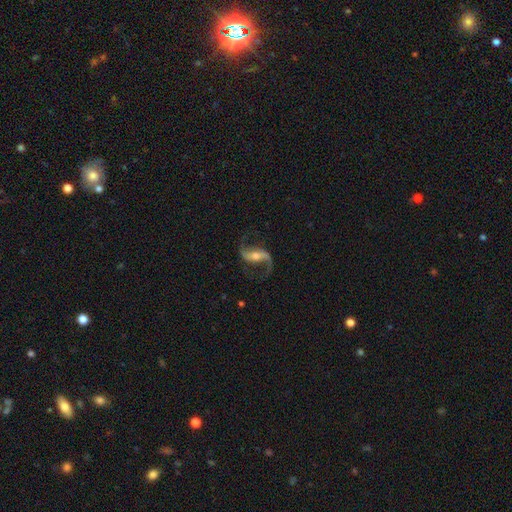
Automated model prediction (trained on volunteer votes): A featured or disk galaxy (90%) with a strong bar (43%), 2 (93%) loose (74%) spiral arms (97%) and a moderate central bulge (51%). Merging: none (79%).